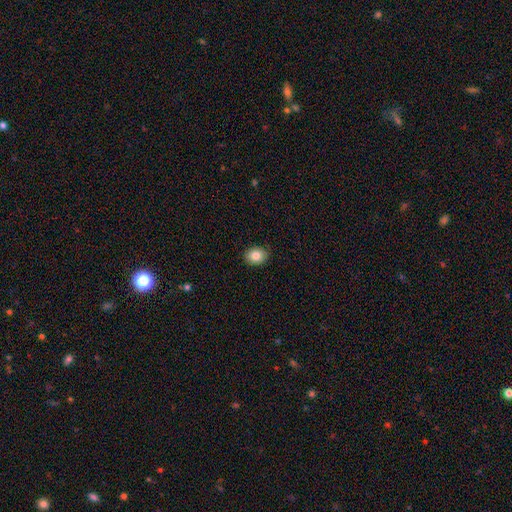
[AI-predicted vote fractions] smooth-or-featured: smooth: 84% | star or artifact: 9% | featured or disk: 7%
  how-rounded: in between: 57% | round: 43% | cigar-shaped: 1%
  merging: none: 89% | minor disturbance: 8% | major disturbance: 2% | merger: 1%